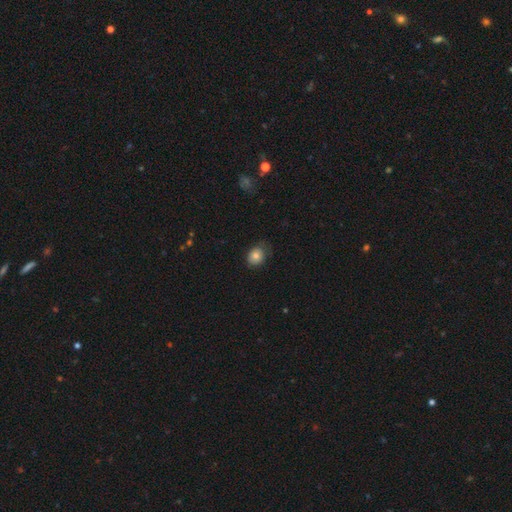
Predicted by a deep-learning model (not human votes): Smooth or featured? smooth (79%)
How rounded? round (55%)
Merging? none (63%)